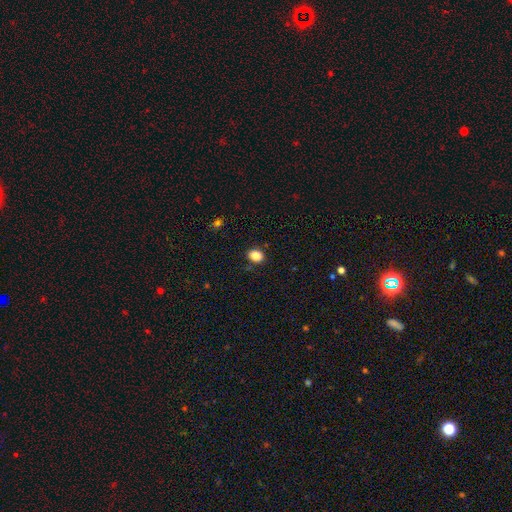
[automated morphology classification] Overall: smooth (86%). How rounded: in between (64%; round 35%). Merging: none (84%).